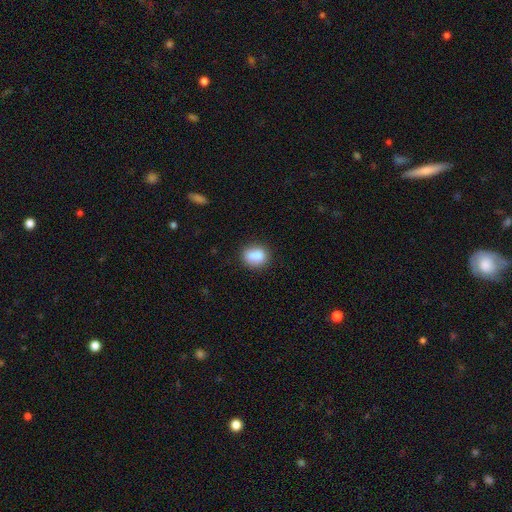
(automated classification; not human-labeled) Q: Smooth or featured?
A: smooth (82%); runner-up: featured or disk (9%)
Q: How rounded?
A: round (53%); runner-up: in between (45%)
Q: Merging?
A: none (64%); runner-up: minor disturbance (17%)